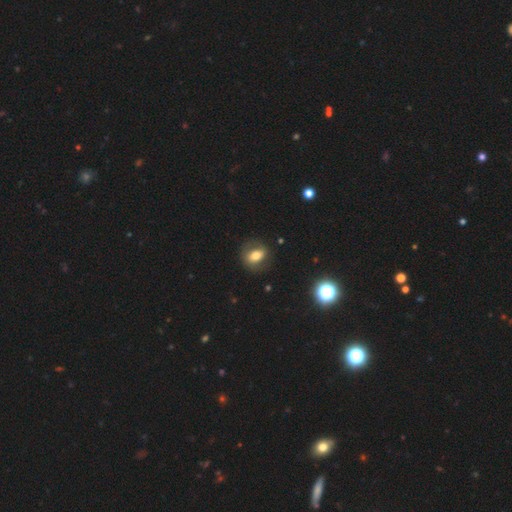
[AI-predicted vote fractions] A smooth galaxy with no disk features (56%) that is in between round and cigar-shaped (59%). Merging: none (75%).